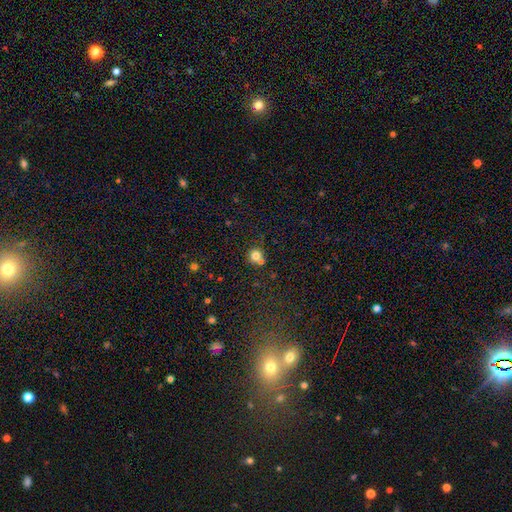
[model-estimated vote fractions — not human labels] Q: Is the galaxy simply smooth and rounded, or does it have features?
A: smooth — 78%.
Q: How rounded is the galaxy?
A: round — 91%.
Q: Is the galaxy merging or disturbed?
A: none — 58%.